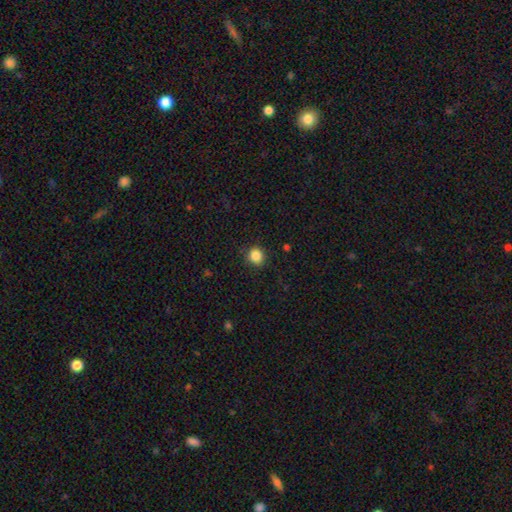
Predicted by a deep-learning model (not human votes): Morphology: type=smooth (86%); roundness=round (86%); merging=none (89%).